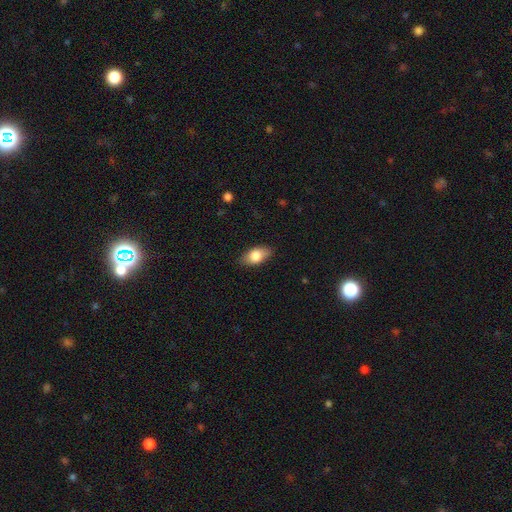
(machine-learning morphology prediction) Smooth or featured?
  - smooth: 79% *
  - featured or disk: 14%
  - star or artifact: 7%
How rounded?
  - in between: 89% *
  - cigar-shaped: 5%
  - round: 5%
Merging?
  - none: 85% *
  - minor disturbance: 12%
  - major disturbance: 2%
  - merger: 1%